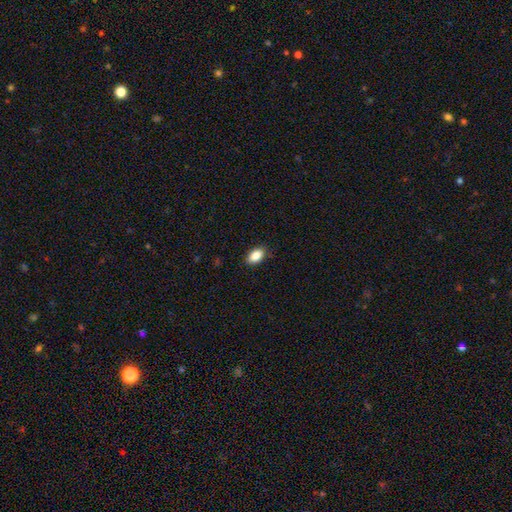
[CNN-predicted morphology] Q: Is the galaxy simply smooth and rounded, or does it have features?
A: smooth — 87%.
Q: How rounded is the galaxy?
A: in between — 91%.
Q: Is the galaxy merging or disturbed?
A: none — 87%.